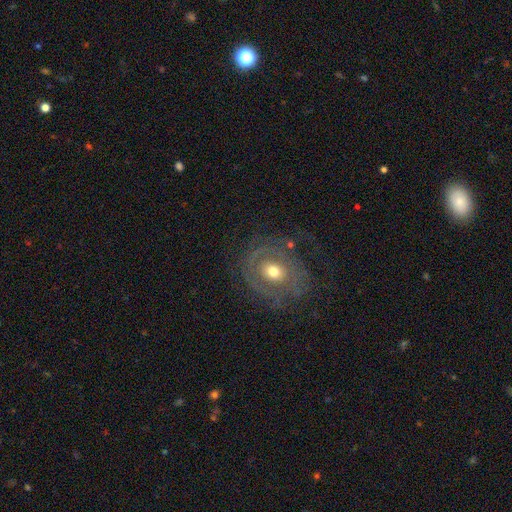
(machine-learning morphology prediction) type=featured or disk (52%); edge-on=no (95%); merging=none (79%).